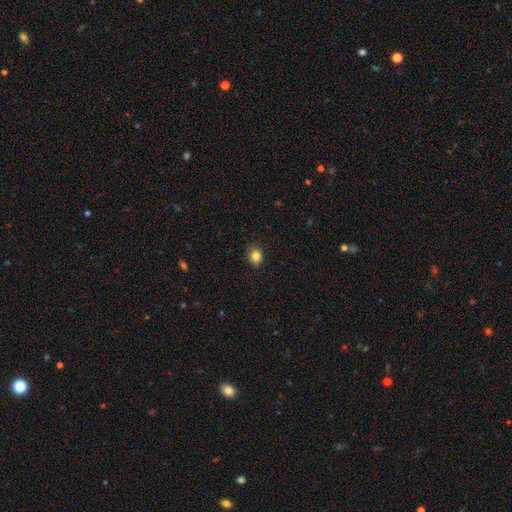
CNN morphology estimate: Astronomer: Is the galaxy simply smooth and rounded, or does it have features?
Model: smooth — 84%.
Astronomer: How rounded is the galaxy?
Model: round — 54% (runner-up: in between, 45%).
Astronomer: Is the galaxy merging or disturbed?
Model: none — 84%.